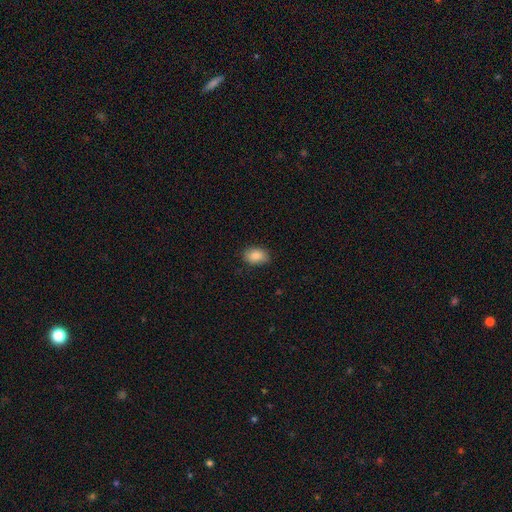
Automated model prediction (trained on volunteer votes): This appears to be a smooth galaxy with no disk features (87%) that is in between round and cigar-shaped (84%). Merging: none (80%).